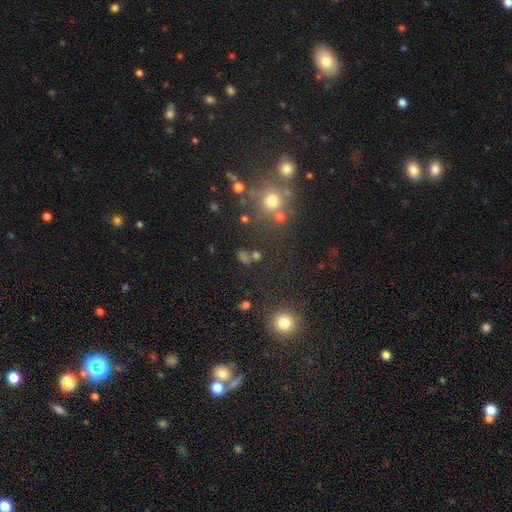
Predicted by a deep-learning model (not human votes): smooth 56%, star or artifact 35%, featured or disk 9%. Down the decision tree: how rounded — round (78%); merging — none (70%).